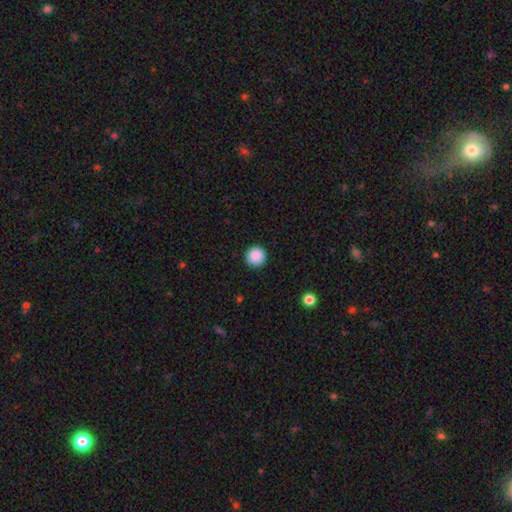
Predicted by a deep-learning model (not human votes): smooth-or-featured: smooth: 89% | star or artifact: 9% | featured or disk: 3%
  how-rounded: round: 96% | in between: 3% | cigar-shaped: 1%
  merging: none: 93% | minor disturbance: 5% | major disturbance: 2% | merger: 1%